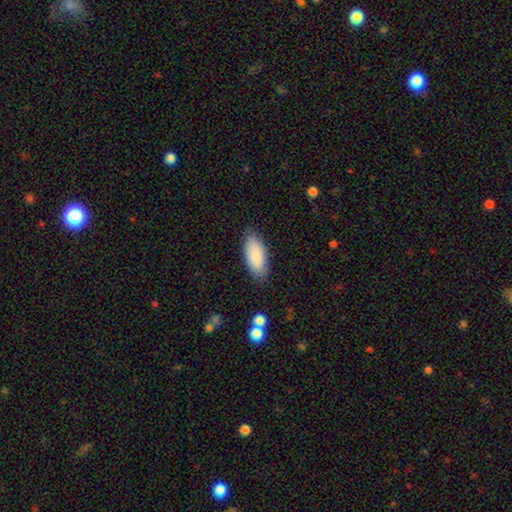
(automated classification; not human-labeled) This is clearly a smooth galaxy (89%). How rounded: clearly in between (88%). Merging: clearly none (84%).